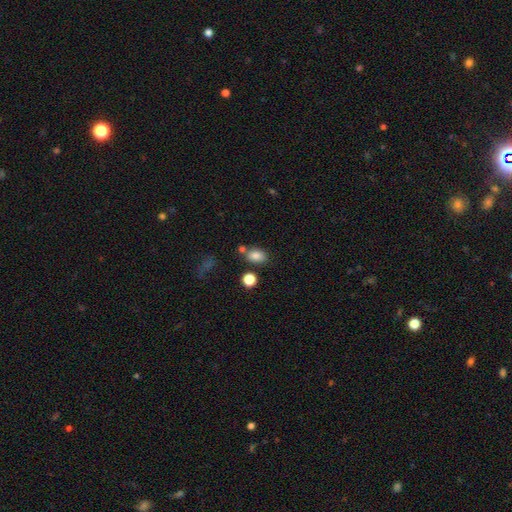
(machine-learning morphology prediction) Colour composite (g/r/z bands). It shows a smooth galaxy with no disk features (83%) that is in between round and cigar-shaped (79%). Merging: none (69%).